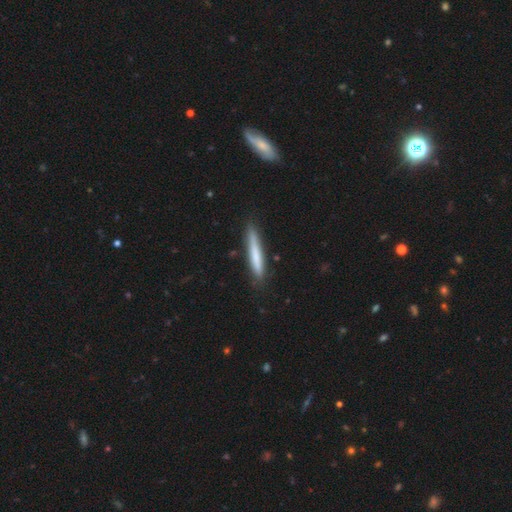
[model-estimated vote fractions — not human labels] Morphology: type=smooth (70%); roundness=cigar-shaped (95%); merging=none (84%).